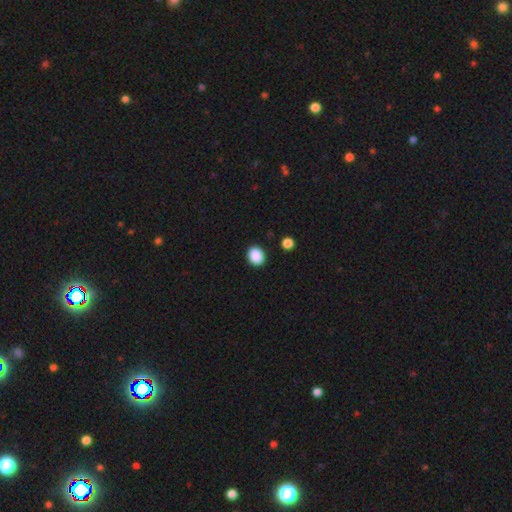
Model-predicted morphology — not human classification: Smooth or featured? Predicted: smooth (p=0.89). How rounded? Predicted: round (p=0.55). Merging? Predicted: none (p=0.89).